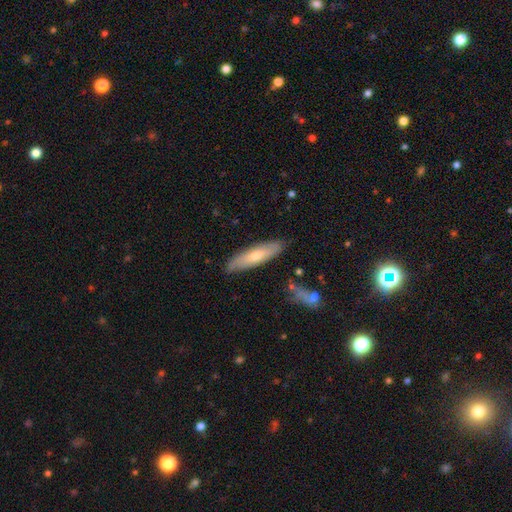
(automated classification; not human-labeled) Smooth or featured: smooth — 58% (featured or disk — 36%)
How rounded: cigar-shaped — 71% (in between — 27%)
Merging: none — 85% (minor disturbance — 11%)